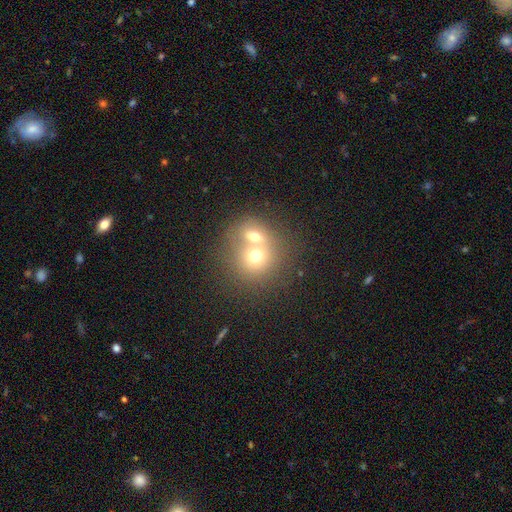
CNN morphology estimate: This appears to be a smooth galaxy with no disk features (65%) that is round (78%). Merging: merger (63%).